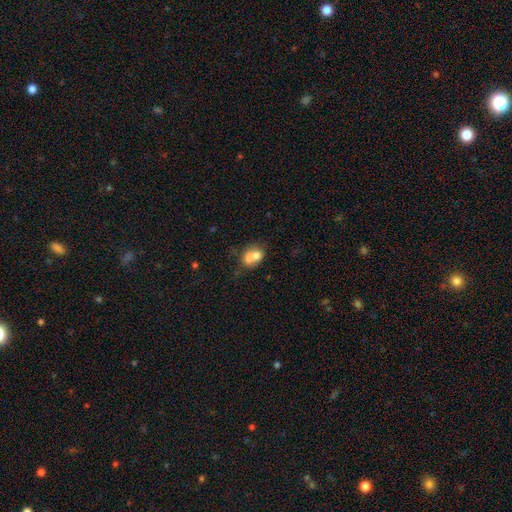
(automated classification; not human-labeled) Overall: smooth (67%). How rounded: round (52%; in between 47%). Merging: merger (66%).